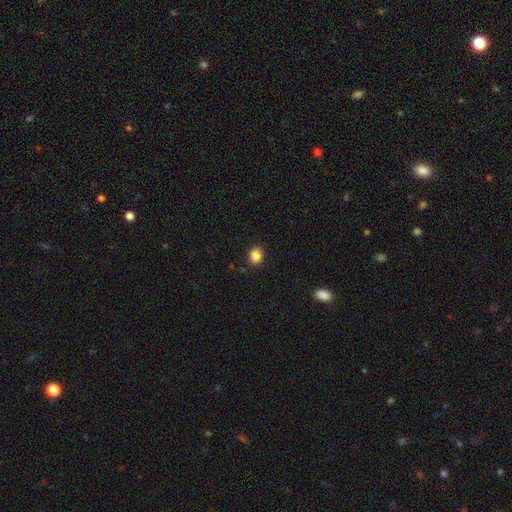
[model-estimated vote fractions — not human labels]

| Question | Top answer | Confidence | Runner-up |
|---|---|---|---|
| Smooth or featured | smooth | 86% | star or artifact (10%) |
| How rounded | round | 50% | in between (49%) |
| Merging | none | 86% | minor disturbance (9%) |